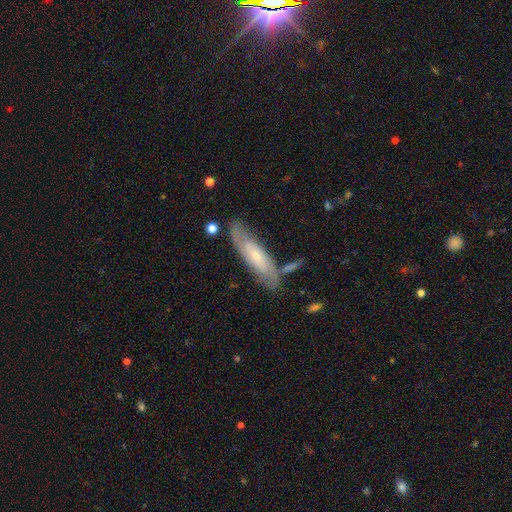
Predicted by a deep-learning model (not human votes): Smooth or featured: featured or disk — 61% (smooth — 33%)
Edge-on disk: no — 71% (yes — 29%)
Merging: none — 74% (minor disturbance — 16%)